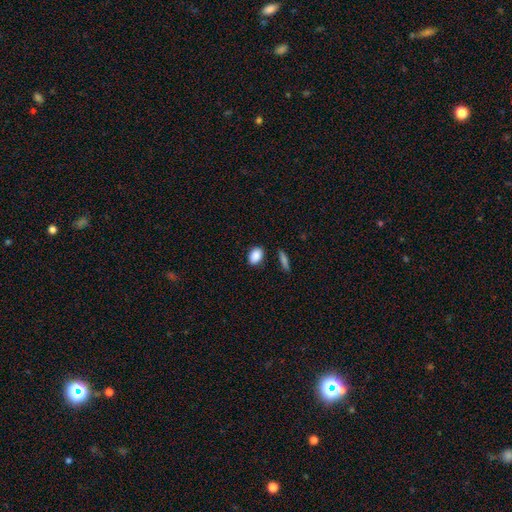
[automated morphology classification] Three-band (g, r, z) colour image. It shows a smooth galaxy with no disk features (89%) that is in between round and cigar-shaped (79%). Merging: none (84%).